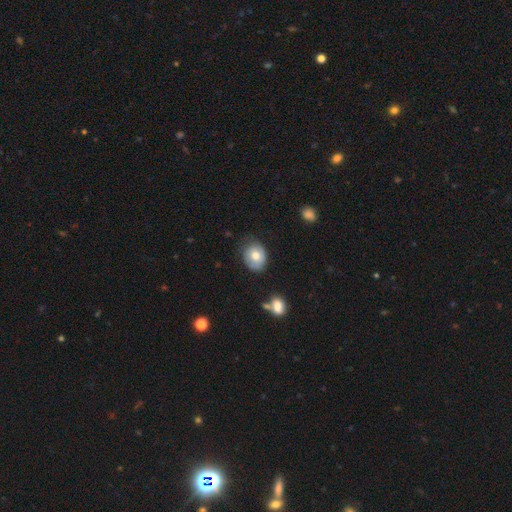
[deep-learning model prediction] Smooth or featured: smooth — 70% (featured or disk — 22%)
How rounded: round — 51% (in between — 48%)
Merging: none — 64% (minor disturbance — 27%)